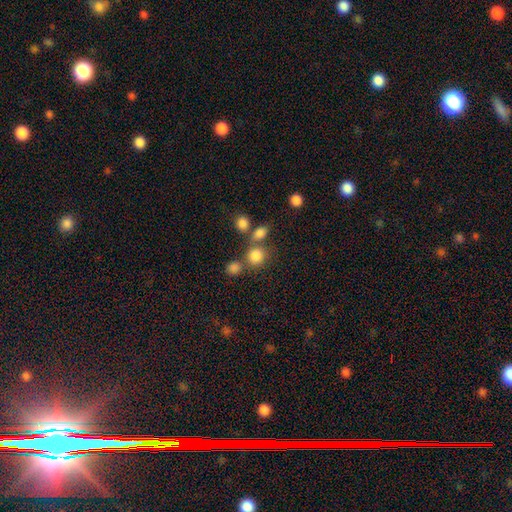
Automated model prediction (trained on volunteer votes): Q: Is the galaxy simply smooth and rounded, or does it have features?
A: smooth — 80%.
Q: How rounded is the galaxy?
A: round — 80%.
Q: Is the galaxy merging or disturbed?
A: none — 59%.